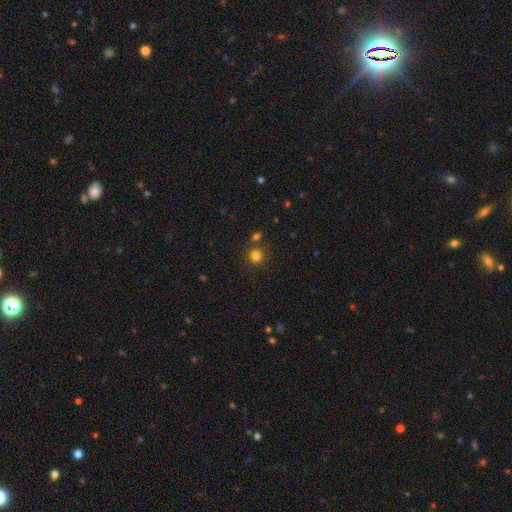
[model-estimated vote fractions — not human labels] Morphology: type=smooth (79%); roundness=round (91%); merging=none (77%).